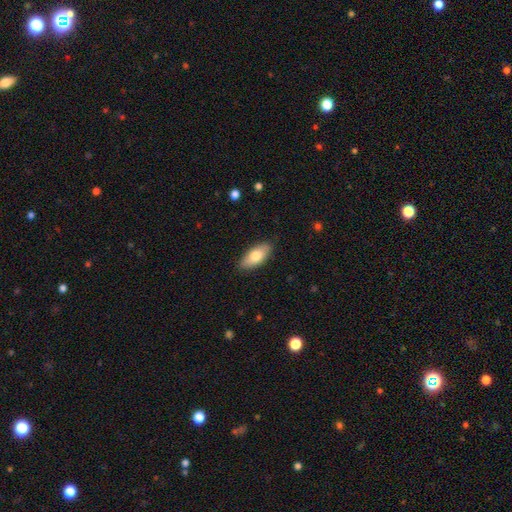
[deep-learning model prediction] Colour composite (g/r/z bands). It shows a smooth galaxy with no disk features (75%) that is in between round and cigar-shaped (88%). Merging: none (86%).